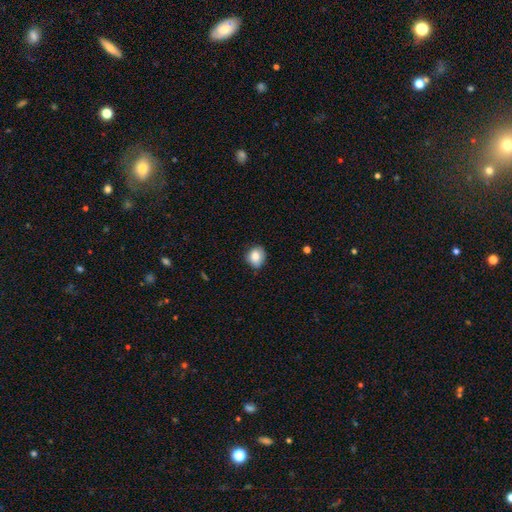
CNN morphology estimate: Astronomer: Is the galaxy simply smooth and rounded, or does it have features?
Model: smooth — 83%.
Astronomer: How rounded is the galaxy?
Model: round — 65%.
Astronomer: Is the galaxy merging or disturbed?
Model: none — 75%.